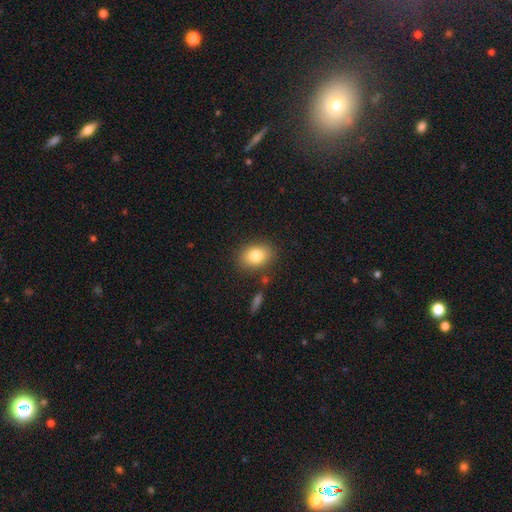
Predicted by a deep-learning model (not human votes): The model was most divided on "how rounded": in between: 73%, round: 26%, cigar-shaped: 1%. More confident: merging — none (83%); smooth or featured — smooth (82%).